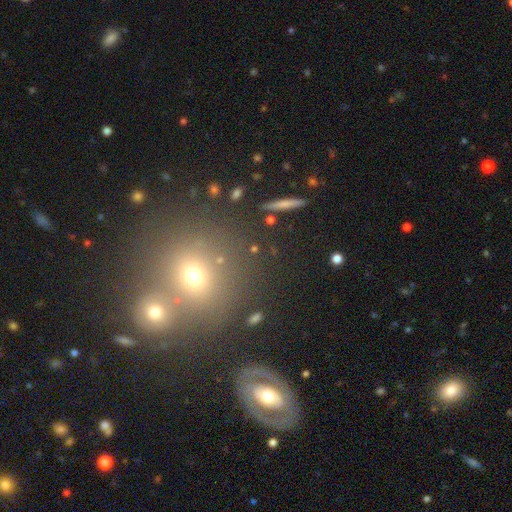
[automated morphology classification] Smooth or featured? smooth (46%)
Merging? none (63%)